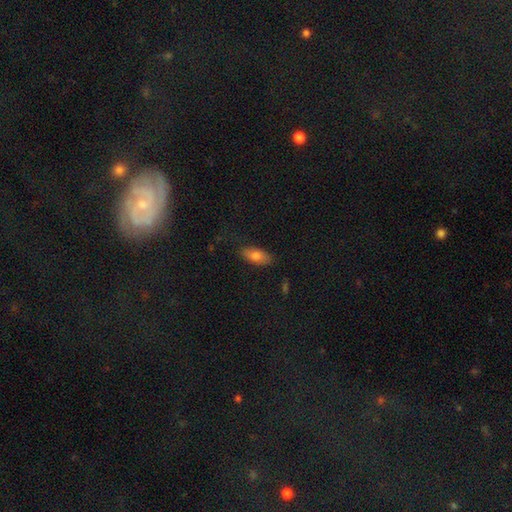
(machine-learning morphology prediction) This appears to be a smooth galaxy with no disk features (76%) that is in between round and cigar-shaped (85%). Merging: none (82%).